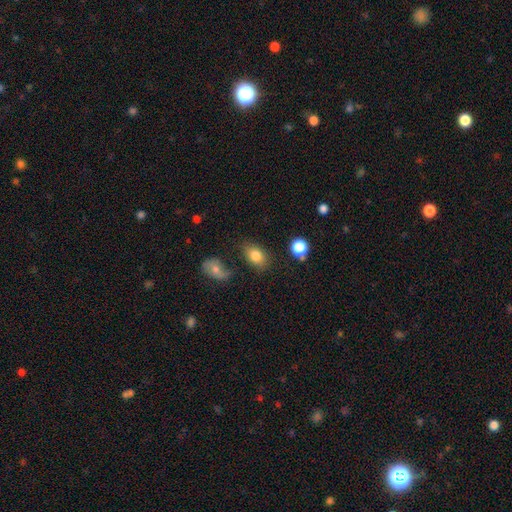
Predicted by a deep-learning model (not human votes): smooth 81%, featured or disk 10%, star or artifact 9%. Down the decision tree: how rounded — in between (82%); merging — none (74%).